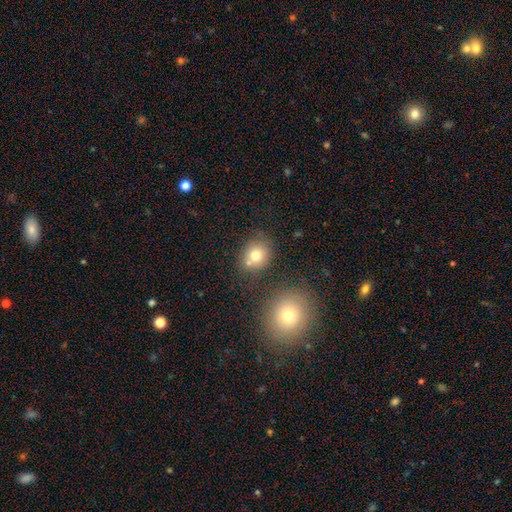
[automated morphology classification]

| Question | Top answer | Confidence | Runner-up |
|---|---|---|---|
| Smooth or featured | smooth | 75% | featured or disk (13%) |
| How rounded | round | 71% | in between (28%) |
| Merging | none | 58% | merger (24%) |